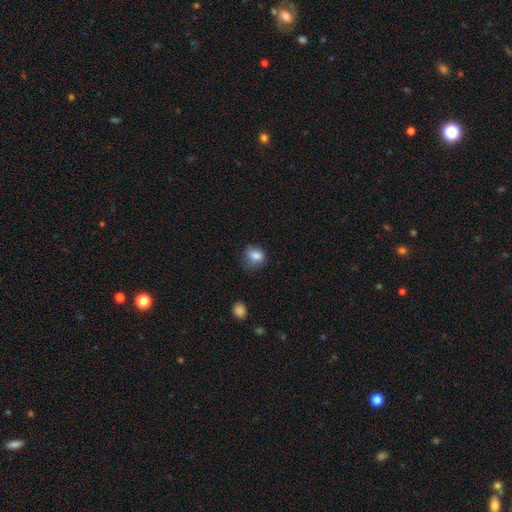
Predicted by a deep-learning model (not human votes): This appears to be a smooth galaxy with no disk features (82%) that is round (59%). Merging: none (59%).